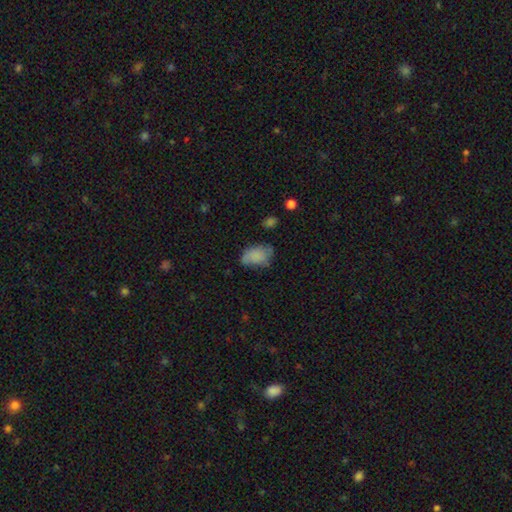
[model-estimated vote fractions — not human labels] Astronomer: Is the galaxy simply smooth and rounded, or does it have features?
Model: smooth — 78%.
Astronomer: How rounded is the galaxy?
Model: in between — 89%.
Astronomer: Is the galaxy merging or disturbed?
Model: none — 44% (runner-up: minor disturbance, 35%).